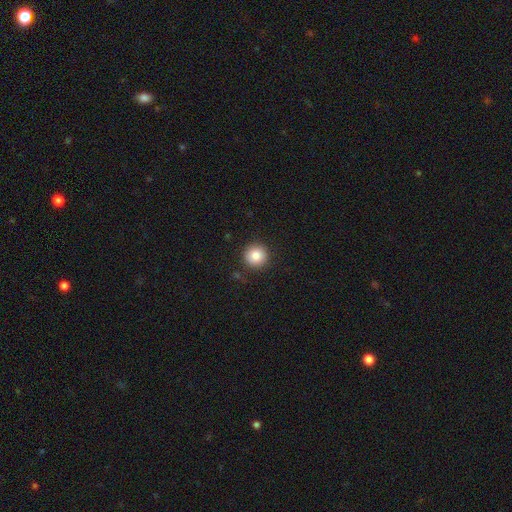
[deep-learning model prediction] Smooth or featured? Predicted: smooth (p=0.84). How rounded? Predicted: round (p=0.95). Merging? Predicted: none (p=0.90).